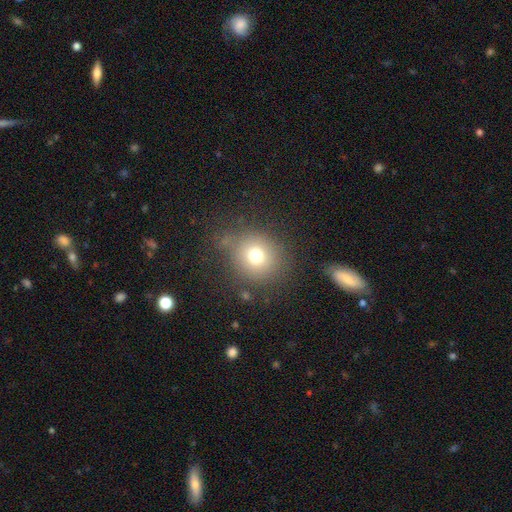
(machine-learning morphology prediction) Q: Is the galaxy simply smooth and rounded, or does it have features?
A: smooth — 73%.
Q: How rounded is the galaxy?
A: round — 86%.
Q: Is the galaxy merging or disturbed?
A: none — 74%.